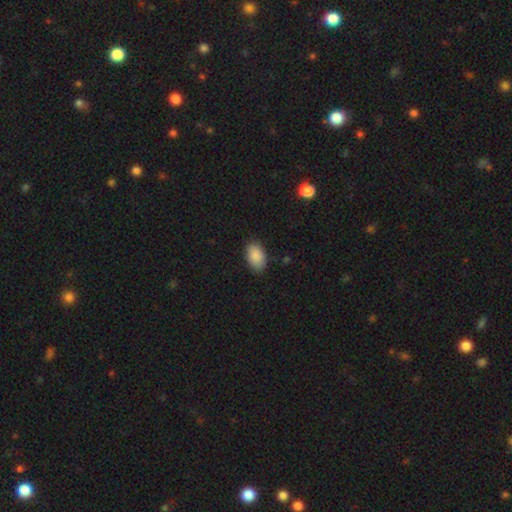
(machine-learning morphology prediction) smooth 89%, star or artifact 7%, featured or disk 4%. Down the decision tree: how rounded — in between (92%); merging — none (84%).